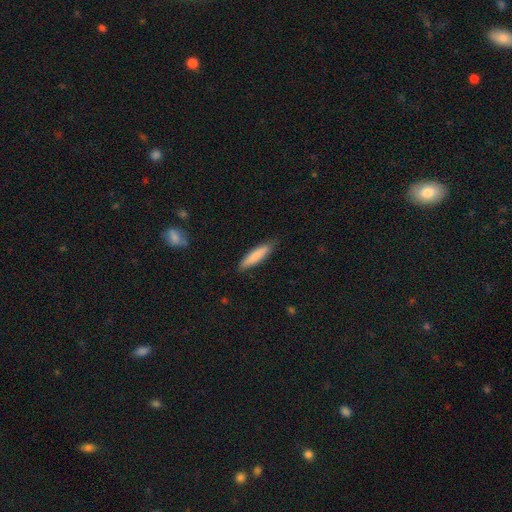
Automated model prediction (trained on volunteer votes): Smooth or featured?
  - smooth: 80% *
  - featured or disk: 14%
  - star or artifact: 6%
How rounded?
  - cigar-shaped: 78% *
  - in between: 21%
  - round: 1%
Merging?
  - none: 84% *
  - minor disturbance: 13%
  - major disturbance: 2%
  - merger: 1%